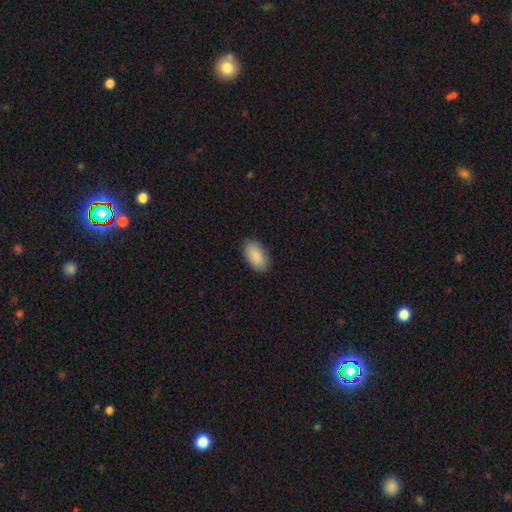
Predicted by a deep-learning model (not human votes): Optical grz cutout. It shows a smooth galaxy with no disk features (90%) that is in between round and cigar-shaped (95%). Merging: none (88%).